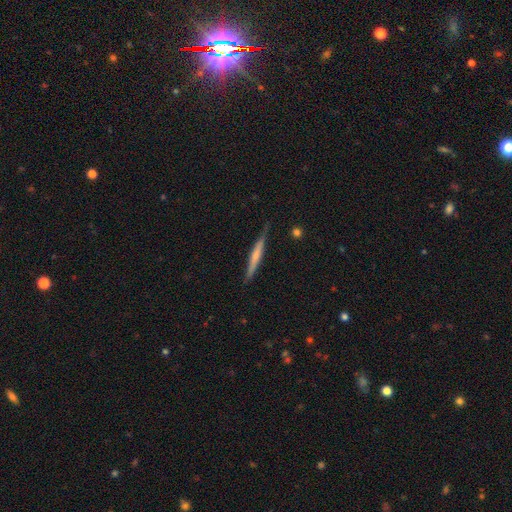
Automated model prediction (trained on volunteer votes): featured or disk 49%, smooth 45%, star or artifact 6%. Down the decision tree: merging — none (83%).